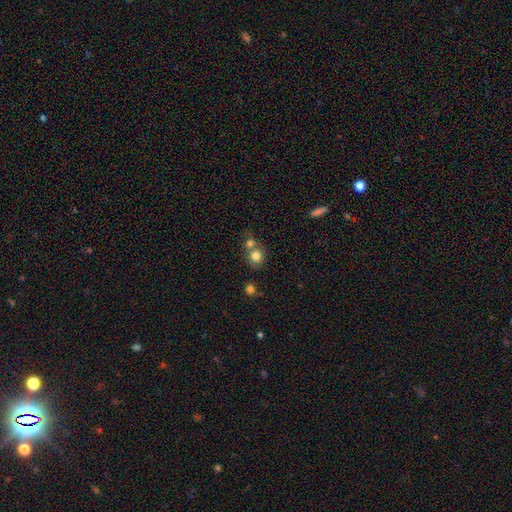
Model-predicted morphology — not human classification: Smooth or featured?
  - smooth: 80% *
  - star or artifact: 11%
  - featured or disk: 9%
How rounded?
  - round: 81% *
  - in between: 18%
  - cigar-shaped: 1%
Merging?
  - none: 46% *
  - merger: 42%
  - minor disturbance: 8%
  - major disturbance: 3%